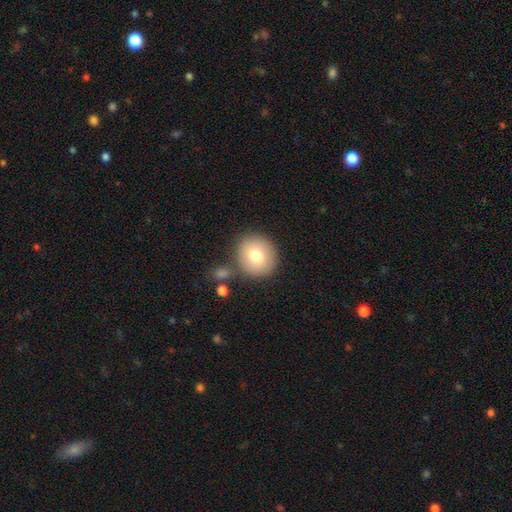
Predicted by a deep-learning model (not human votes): smooth 77%, featured or disk 15%, star or artifact 8%. Down the decision tree: how rounded — round (88%); merging — none (78%).